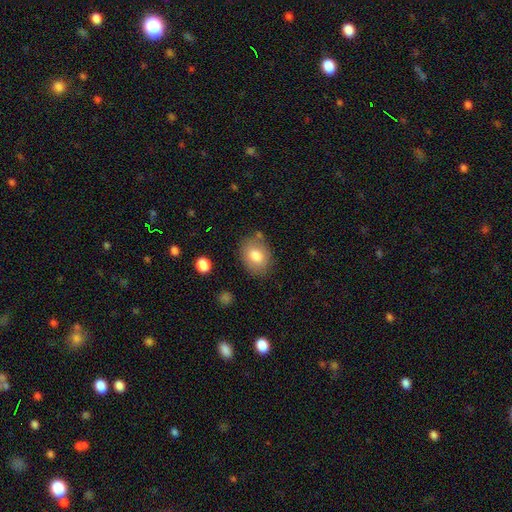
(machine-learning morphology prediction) A smooth galaxy with no disk features (80%) that is in between round and cigar-shaped (63%). Merging: none (77%).